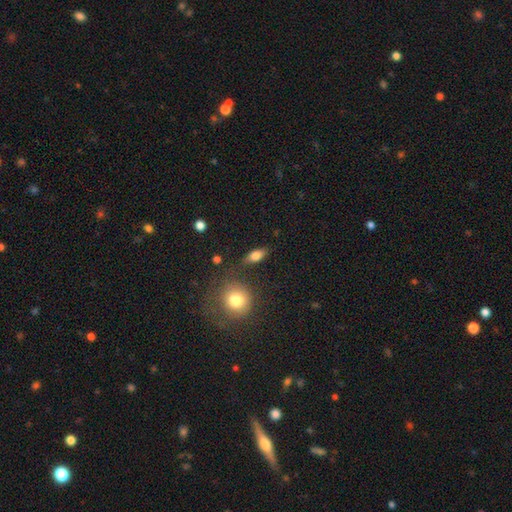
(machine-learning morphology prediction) This appears to be a smooth galaxy with no disk features (76%) that is in between round and cigar-shaped (78%). Merging: none (79%).